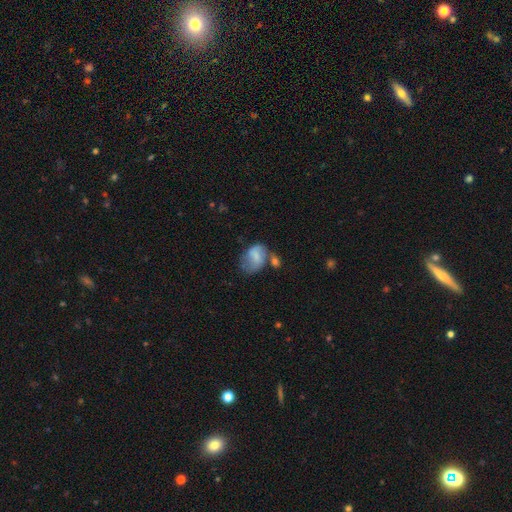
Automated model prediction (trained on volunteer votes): A smooth galaxy with no disk features (57%) that is in between round and cigar-shaped (68%).

Vote fractions:
- Smooth or featured? smooth: 57% / featured or disk: 34% / star or artifact: 9%
- How rounded? in between: 68% / round: 30% / cigar-shaped: 1%
- Merging? none: 35% / minor disturbance: 26% / merger: 21% / major disturbance: 18%